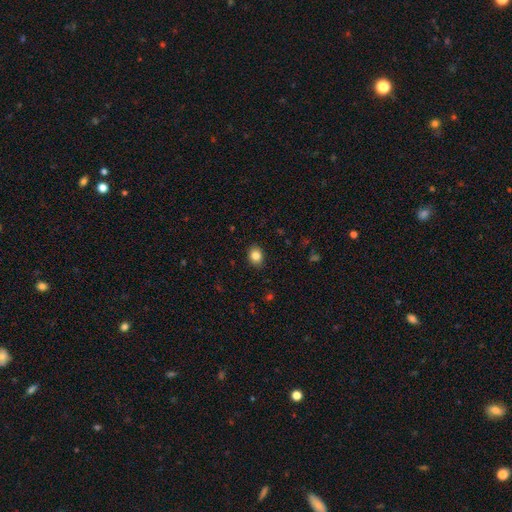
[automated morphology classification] The model was most divided on "how rounded": in between: 55%, round: 44%, cigar-shaped: 1%. More confident: merging — none (88%); smooth or featured — smooth (84%).